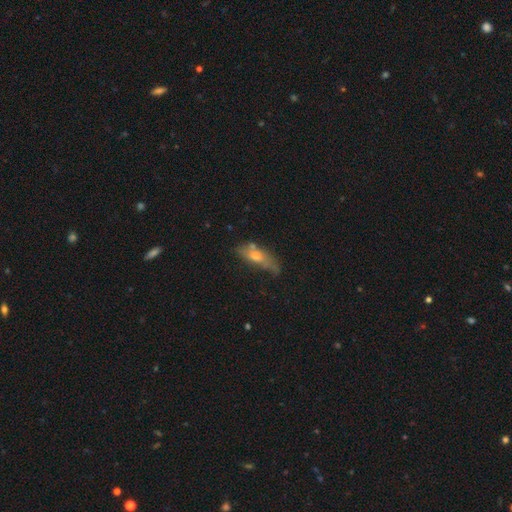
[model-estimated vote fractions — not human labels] Morphology: type=smooth (46%); merging=none (42%).